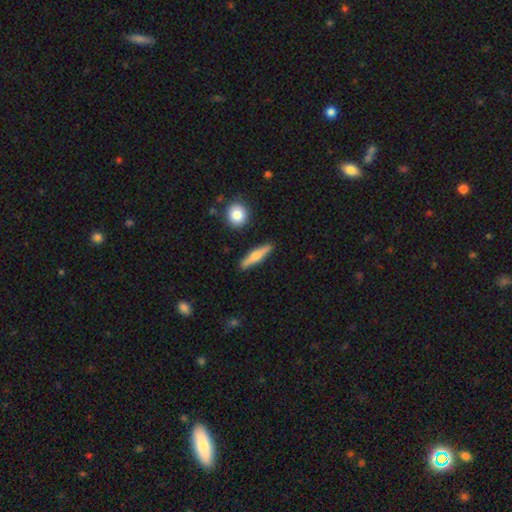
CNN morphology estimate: Smooth or featured: smooth — 55% (featured or disk — 39%)
How rounded: cigar-shaped — 80% (in between — 17%)
Merging: none — 89% (minor disturbance — 7%)